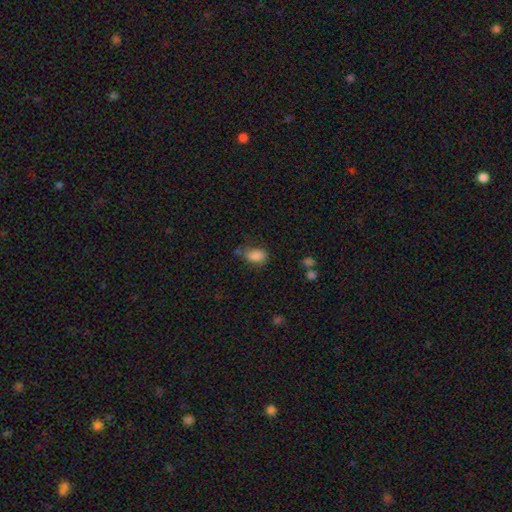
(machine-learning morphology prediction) A smooth galaxy with no disk features (83%) that is in between round and cigar-shaped (86%).

Vote fractions:
- Smooth or featured? smooth: 83% / featured or disk: 9% / star or artifact: 9%
- How rounded? in between: 86% / round: 12% / cigar-shaped: 2%
- Merging? none: 55% / minor disturbance: 29% / major disturbance: 10% / merger: 6%